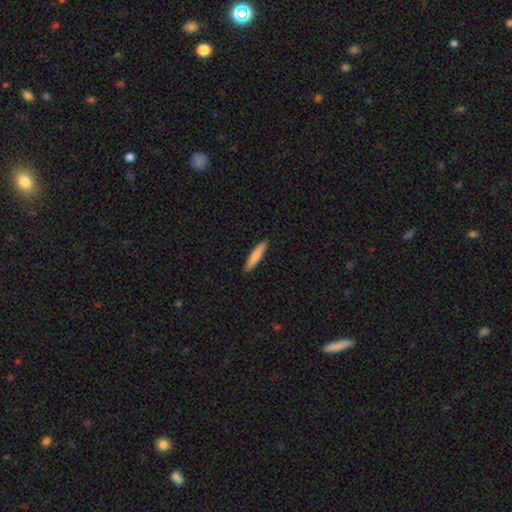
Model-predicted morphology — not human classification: This appears to be a smooth galaxy with no disk features (79%) that is cigar-shaped (91%). Merging: none (91%).